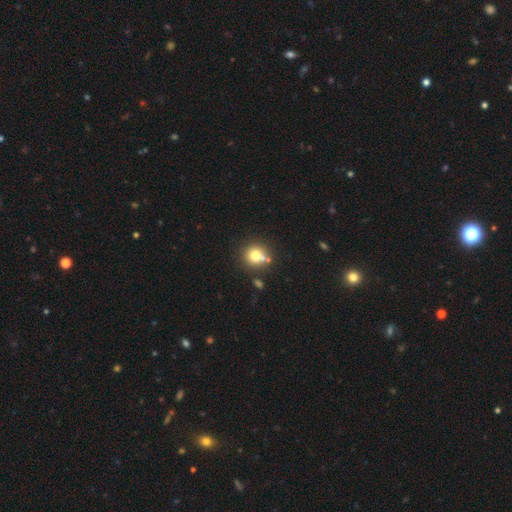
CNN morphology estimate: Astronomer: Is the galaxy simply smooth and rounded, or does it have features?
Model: smooth — 75%.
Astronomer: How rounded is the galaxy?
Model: round — 90%.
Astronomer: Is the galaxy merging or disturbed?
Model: none — 66%.